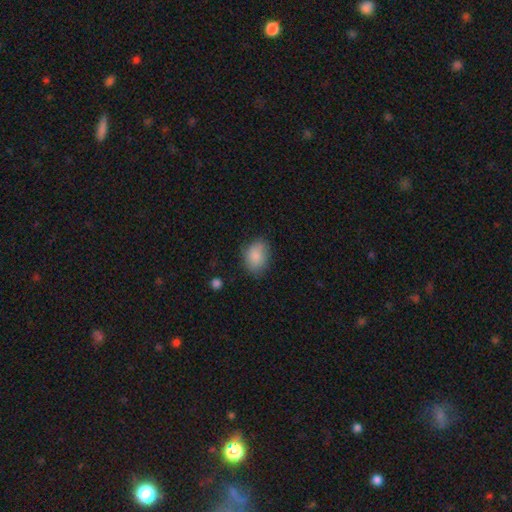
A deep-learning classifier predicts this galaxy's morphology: Smooth or featured?
  - smooth: 85% *
  - star or artifact: 8%
  - featured or disk: 7%
How rounded?
  - in between: 69% *
  - round: 30%
  - cigar-shaped: 1%
Merging?
  - none: 70% *
  - minor disturbance: 22%
  - major disturbance: 6%
  - merger: 2%